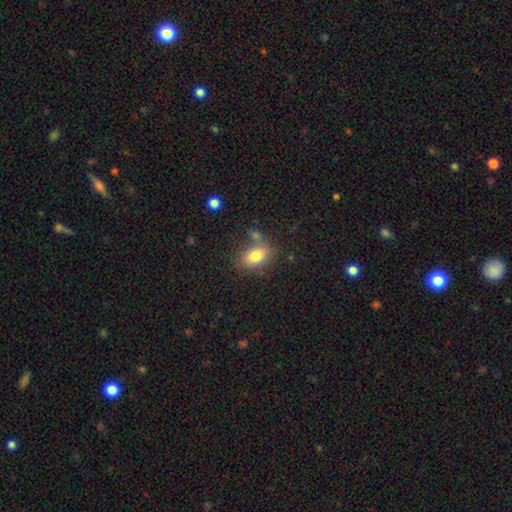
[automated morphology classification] Q: Smooth or featured?
A: smooth (80%); runner-up: featured or disk (12%)
Q: How rounded?
A: in between (85%); runner-up: round (13%)
Q: Merging?
A: none (62%); runner-up: merger (17%)